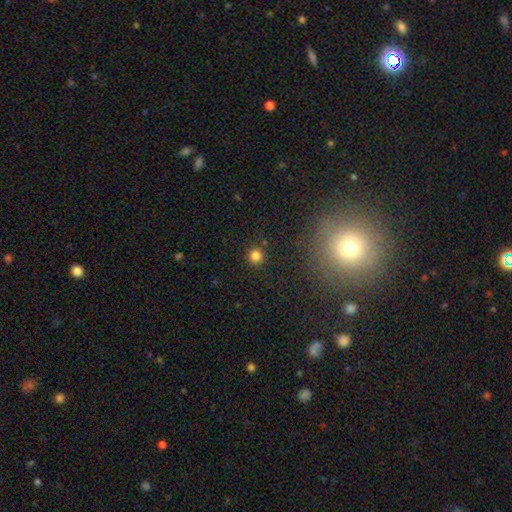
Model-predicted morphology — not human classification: The model was most divided on "smooth or featured": smooth: 81%, star or artifact: 14%, featured or disk: 5%. More confident: how rounded — round (95%); merging — none (90%).